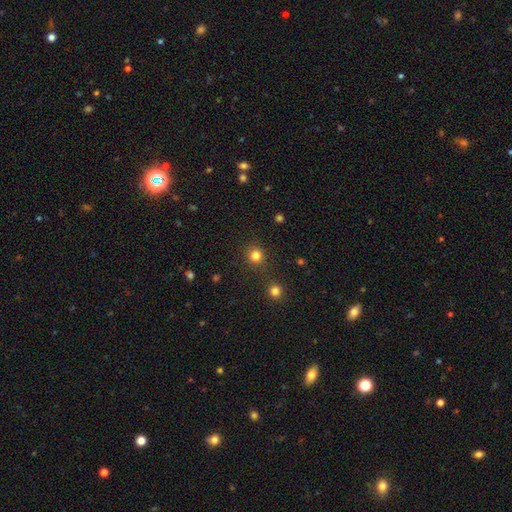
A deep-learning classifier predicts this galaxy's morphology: A smooth galaxy with no disk features (81%) that is round (91%). Merging: none (86%).